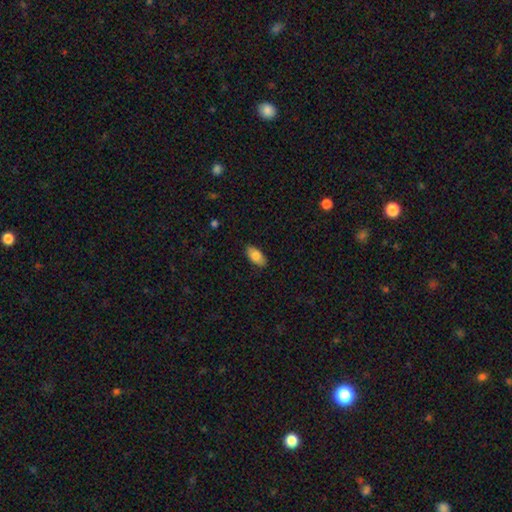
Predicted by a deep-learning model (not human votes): This is clearly a smooth galaxy (83%). How rounded: clearly in between (93%). Merging: clearly none (87%).